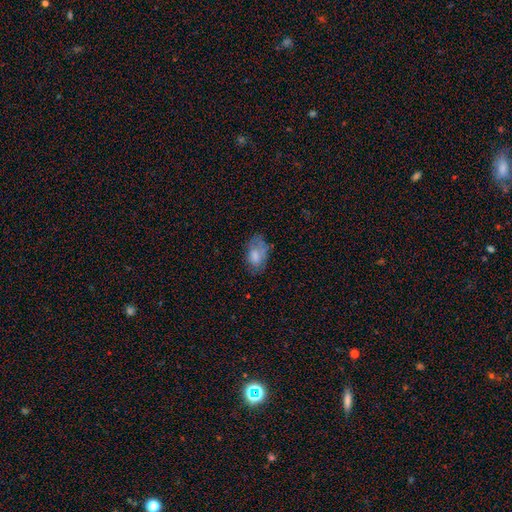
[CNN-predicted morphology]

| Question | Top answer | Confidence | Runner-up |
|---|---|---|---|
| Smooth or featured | smooth | 72% | featured or disk (19%) |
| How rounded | in between | 89% | round (9%) |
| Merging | none | 50% | minor disturbance (31%) |